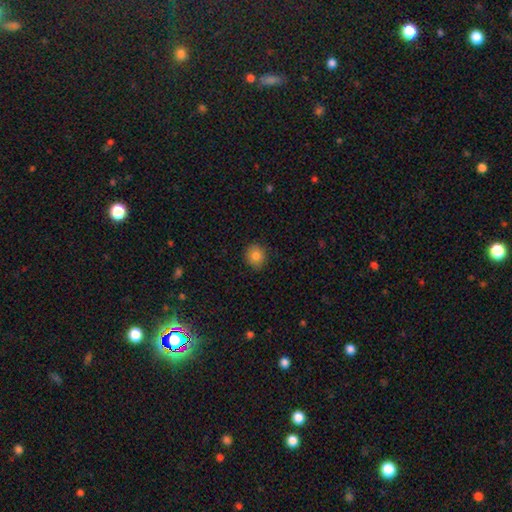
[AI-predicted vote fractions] Q: Smooth or featured?
A: smooth (83%); runner-up: star or artifact (10%)
Q: How rounded?
A: round (81%); runner-up: in between (18%)
Q: Merging?
A: none (89%); runner-up: minor disturbance (8%)